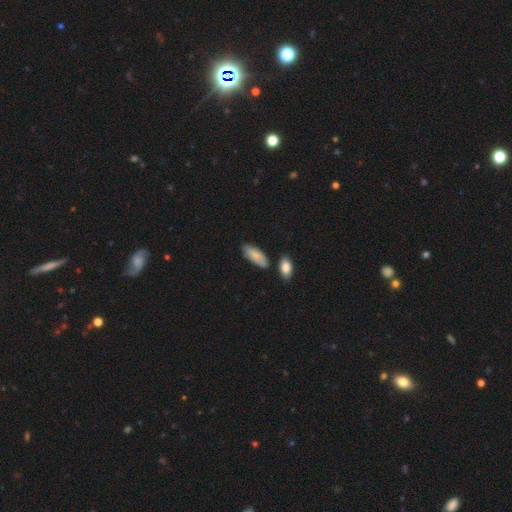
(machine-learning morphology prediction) Smooth or featured: smooth — 84% (featured or disk — 10%)
How rounded: in between — 84% (cigar-shaped — 14%)
Merging: none — 72% (minor disturbance — 17%)